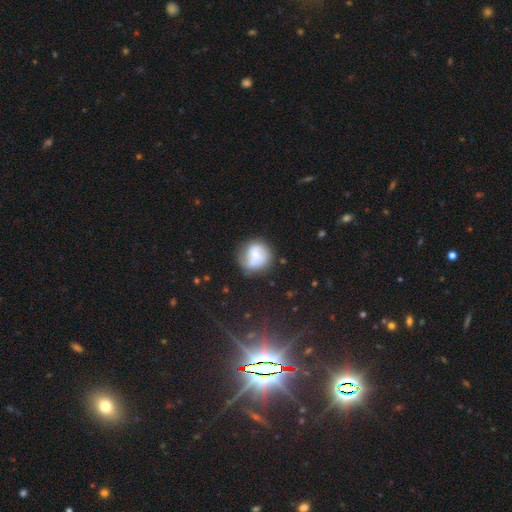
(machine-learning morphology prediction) smooth_or_featured: smooth (p=0.50) [alt: featured or disk p=0.42]
merging: none (p=0.59) [alt: minor disturbance p=0.24]